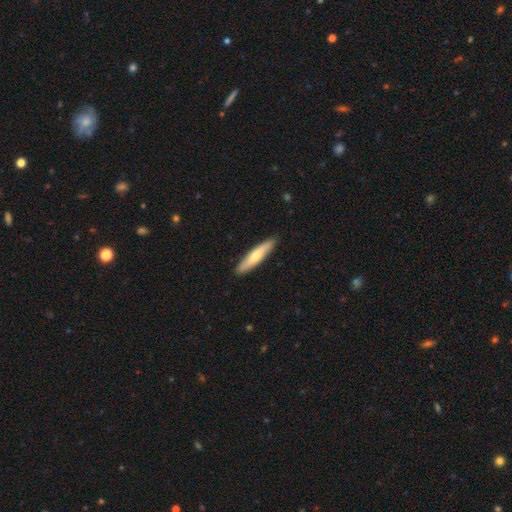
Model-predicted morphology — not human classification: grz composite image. It shows a smooth galaxy with no disk features (61%) that is cigar-shaped (85%). Merging: none (90%).